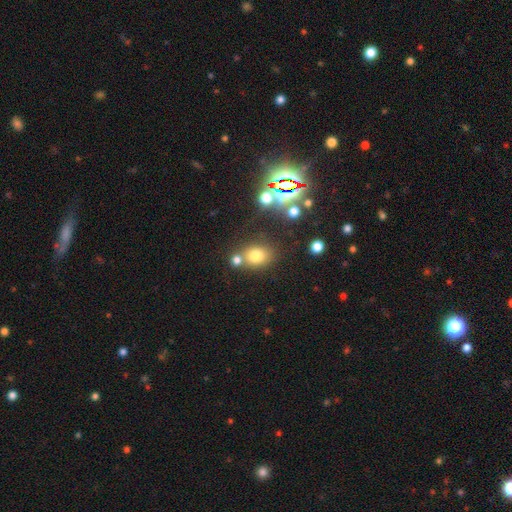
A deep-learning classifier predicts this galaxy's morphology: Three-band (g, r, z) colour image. It shows a smooth galaxy with no disk features (72%) that is round (57%). Merging: none (62%).